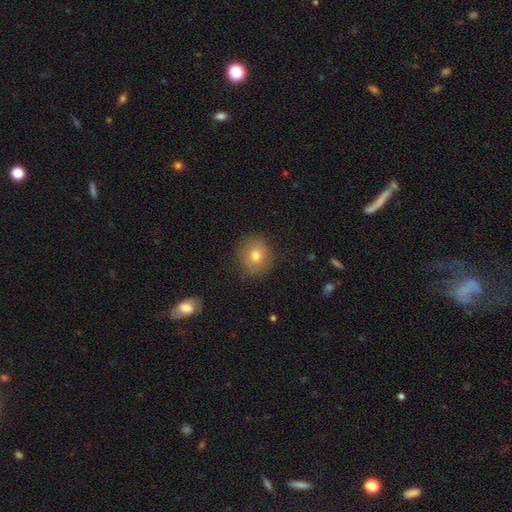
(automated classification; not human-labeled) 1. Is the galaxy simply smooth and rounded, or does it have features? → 75% smooth, 13% featured or disk, 12% star or artifact.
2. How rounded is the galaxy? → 88% round, 11% in between, 1% cigar-shaped.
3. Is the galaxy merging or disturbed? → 85% none, 10% minor disturbance, 3% major disturbance, 1% merger.